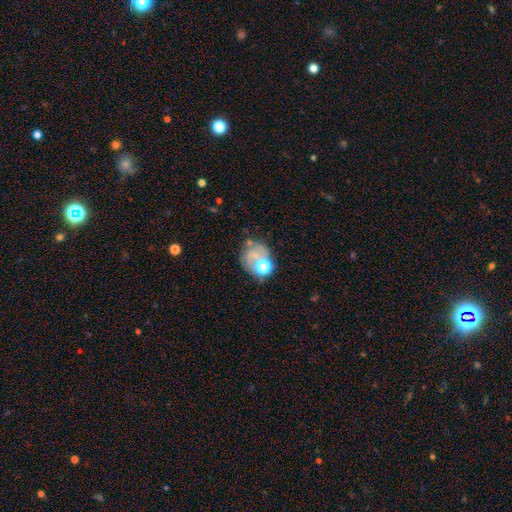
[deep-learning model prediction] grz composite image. It shows a smooth galaxy with no disk features (45%). Merging: none (41%).